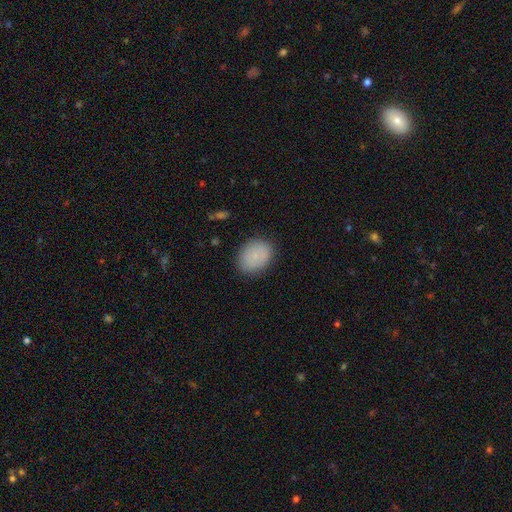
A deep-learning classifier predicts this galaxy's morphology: This is clearly a smooth galaxy (84%). How rounded: likely in between (61%). Merging: clearly none (85%).